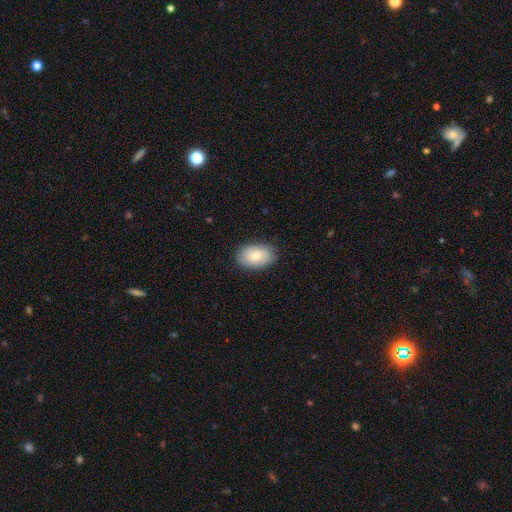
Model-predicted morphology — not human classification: A smooth galaxy with no disk features (80%) that is in between round and cigar-shaped (88%). Merging: none (86%).